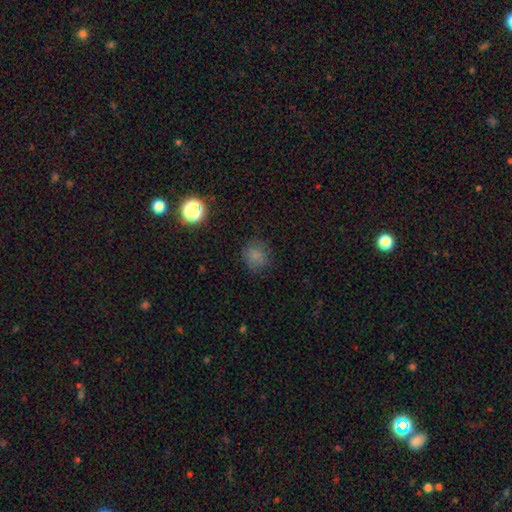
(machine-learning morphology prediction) Q: Smooth or featured?
A: smooth (78%); runner-up: star or artifact (15%)
Q: How rounded?
A: round (84%); runner-up: in between (15%)
Q: Merging?
A: none (78%); runner-up: minor disturbance (16%)